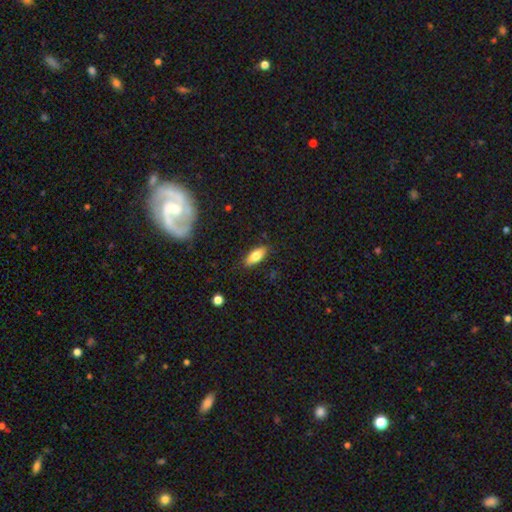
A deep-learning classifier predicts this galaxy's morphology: smooth-or-featured: smooth: 76% | featured or disk: 17% | star or artifact: 7%
  how-rounded: in between: 78% | cigar-shaped: 19% | round: 3%
  merging: none: 85% | minor disturbance: 12% | major disturbance: 2% | merger: 1%